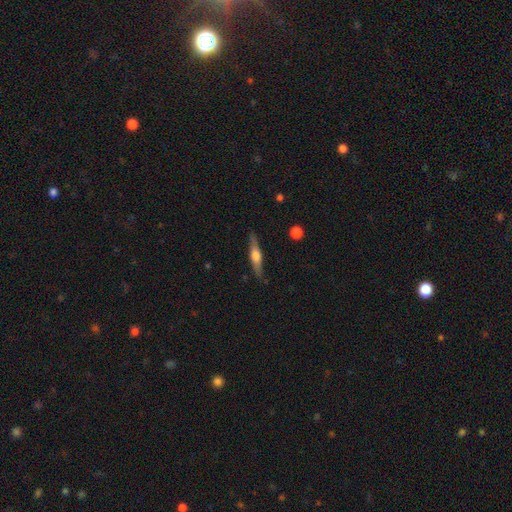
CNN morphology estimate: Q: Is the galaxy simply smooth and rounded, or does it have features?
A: featured or disk — 65%.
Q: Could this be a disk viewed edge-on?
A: yes — 96%.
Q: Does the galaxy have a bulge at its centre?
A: rounded — 85%.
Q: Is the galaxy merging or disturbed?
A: none — 86%.